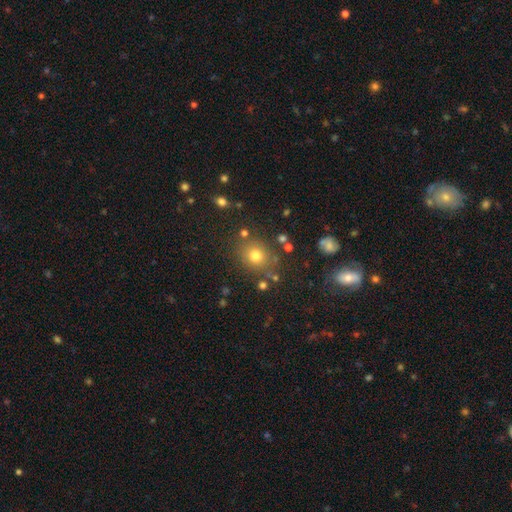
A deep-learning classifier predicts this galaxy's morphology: This is likely a smooth galaxy (73%). How rounded: likely round (76%). Merging: likely none (80%).